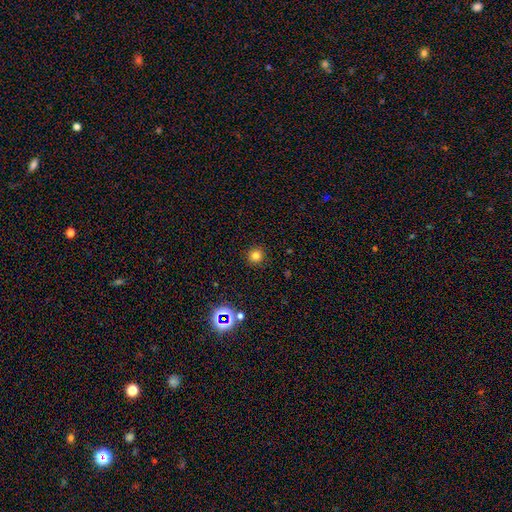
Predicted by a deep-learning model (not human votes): Q: Smooth or featured?
A: smooth (78%); runner-up: star or artifact (16%)
Q: How rounded?
A: round (92%); runner-up: in between (7%)
Q: Merging?
A: none (92%); runner-up: minor disturbance (5%)